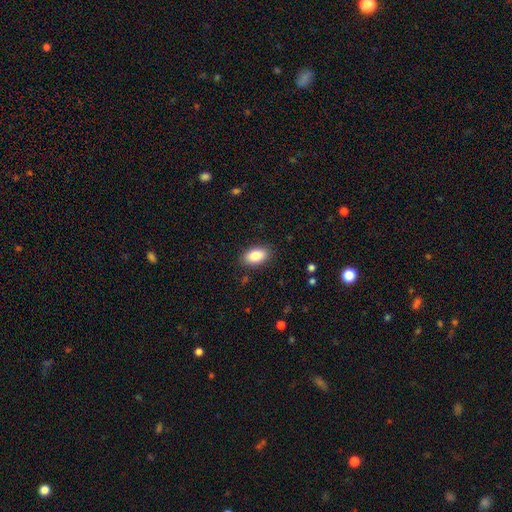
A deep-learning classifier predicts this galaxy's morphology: A smooth galaxy with no disk features (85%) that is in between round and cigar-shaped (93%).

Vote fractions:
- Smooth or featured? smooth: 85% / featured or disk: 8% / star or artifact: 7%
- How rounded? in between: 93% / round: 5% / cigar-shaped: 2%
- Merging? none: 88% / minor disturbance: 9% / major disturbance: 2% / merger: 1%